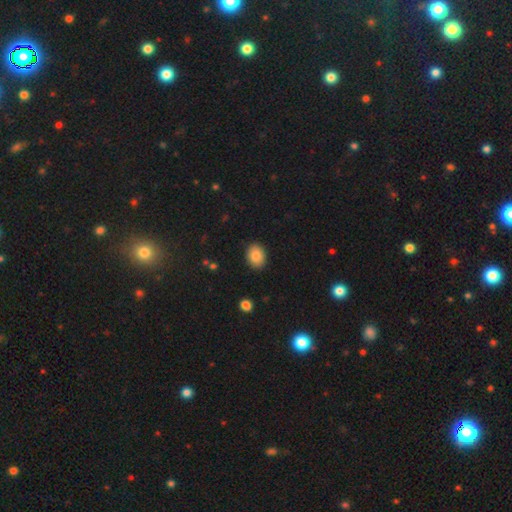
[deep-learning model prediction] smooth-or-featured: smooth: 84% | star or artifact: 8% | featured or disk: 8%
  how-rounded: in between: 68% | round: 31% | cigar-shaped: 1%
  merging: none: 89% | minor disturbance: 8% | major disturbance: 2% | merger: 1%